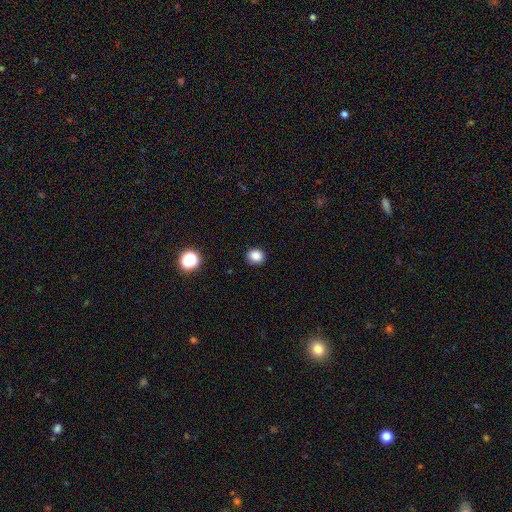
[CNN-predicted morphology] Overall: smooth (85%). How rounded: round (80%). Merging: none (90%).